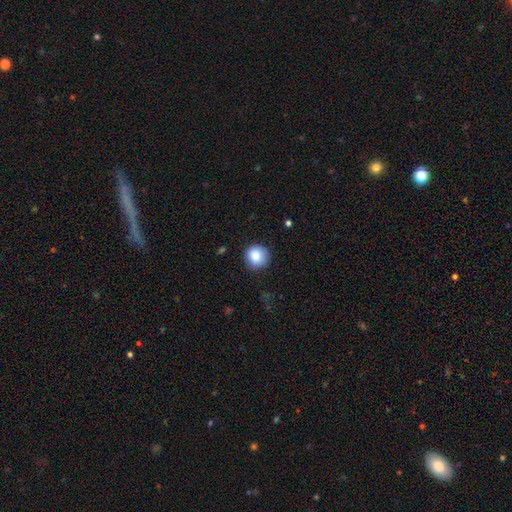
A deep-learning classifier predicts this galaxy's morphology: A smooth galaxy with no disk features (87%) that is round (94%). Merging: none (84%).